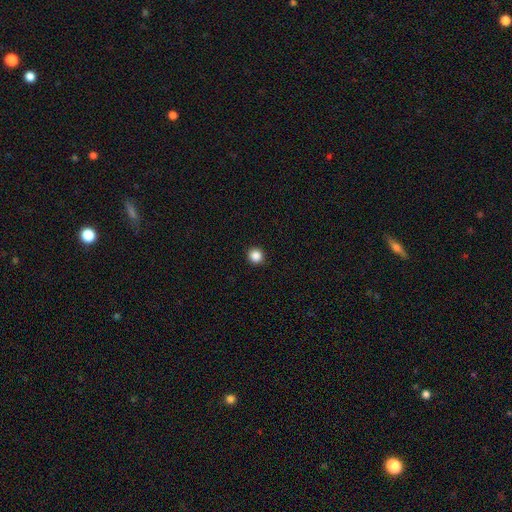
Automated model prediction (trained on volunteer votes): Smooth or featured?
  - smooth: 87% *
  - star or artifact: 11%
  - featured or disk: 3%
How rounded?
  - round: 95% *
  - in between: 5%
  - cigar-shaped: 1%
Merging?
  - none: 93% *
  - minor disturbance: 4%
  - major disturbance: 1%
  - merger: 1%